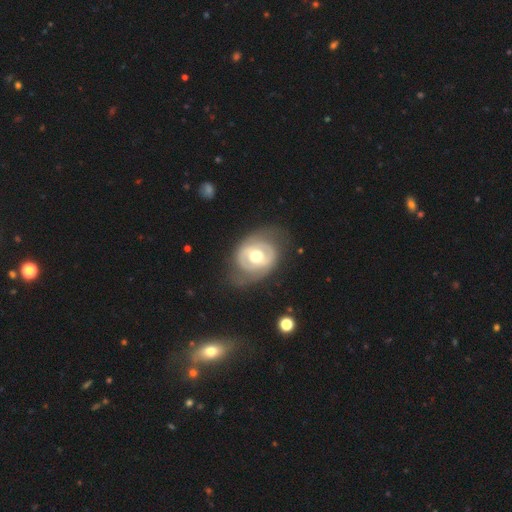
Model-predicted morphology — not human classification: Overall: featured or disk (67%; smooth 28%). Edge-on disk: no (96%). Bar: no (57%; weak 29%). Spiral arms: no (53%; yes 47%). Bulge size: moderate (70%). Merging: none (68%).